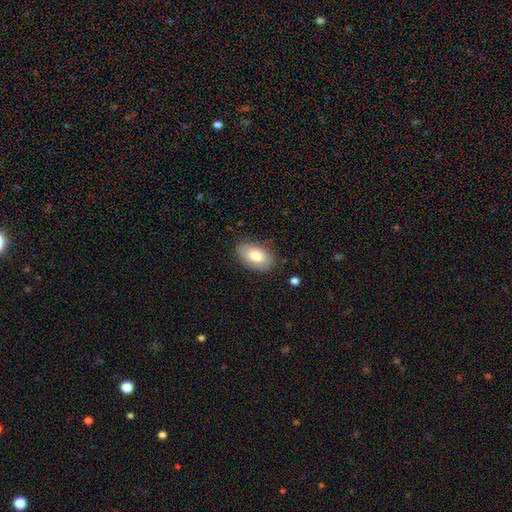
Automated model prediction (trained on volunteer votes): Smooth or featured: smooth — 79% (featured or disk — 14%)
How rounded: in between — 93% (round — 6%)
Merging: none — 82% (minor disturbance — 13%)